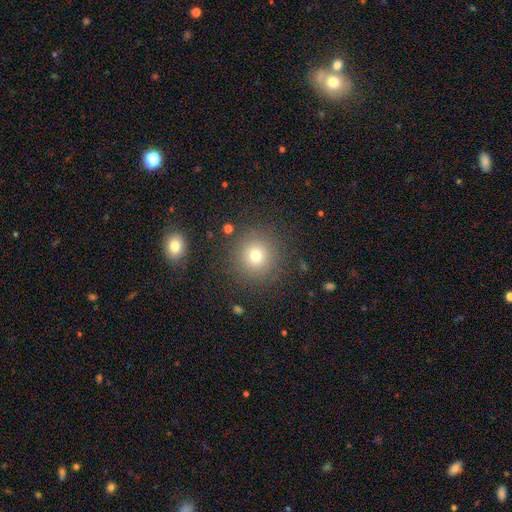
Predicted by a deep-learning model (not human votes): smooth 73%, star or artifact 17%, featured or disk 11%. Down the decision tree: how rounded — round (94%); merging — none (87%).